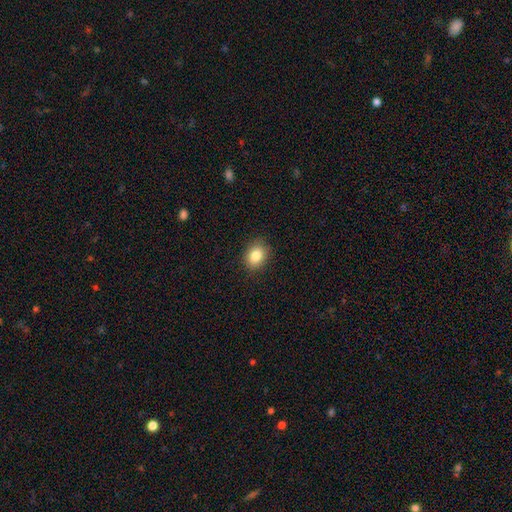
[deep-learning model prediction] Morphology: type=smooth (84%); roundness=in between (53%); merging=none (88%).